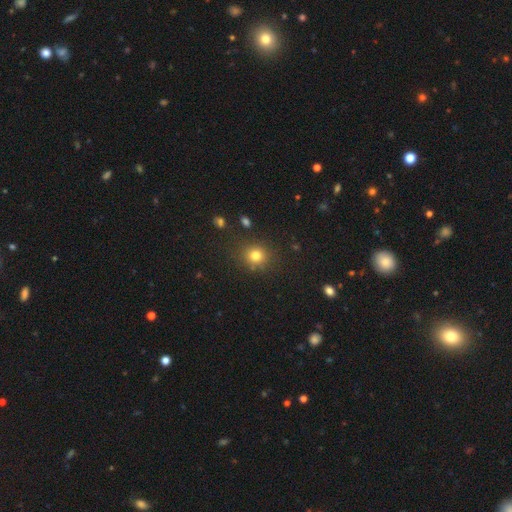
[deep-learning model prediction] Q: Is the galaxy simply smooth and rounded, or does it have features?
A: smooth — 78%.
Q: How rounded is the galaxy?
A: round — 82%.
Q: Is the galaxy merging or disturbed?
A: none — 84%.